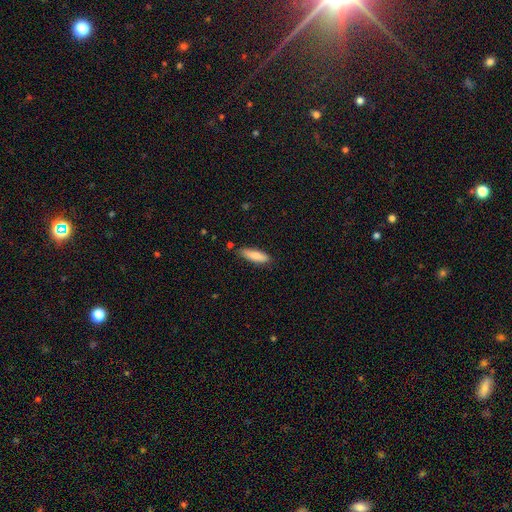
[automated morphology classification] This appears to be a smooth galaxy with no disk features (84%) that is cigar-shaped (60%). Merging: none (80%).